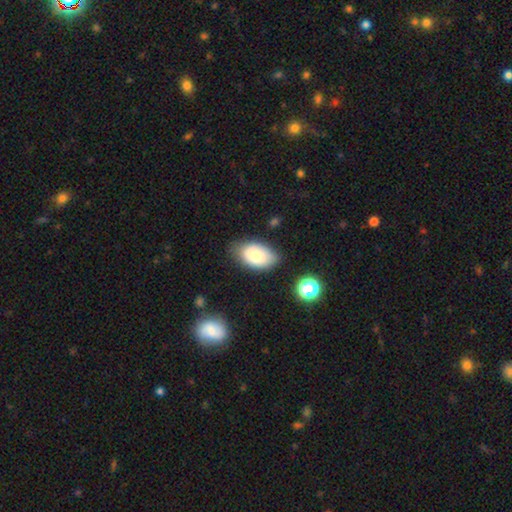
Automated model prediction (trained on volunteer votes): Smooth or featured? Predicted: smooth (p=0.78). How rounded? Predicted: in between (p=0.92). Merging? Predicted: none (p=0.67).